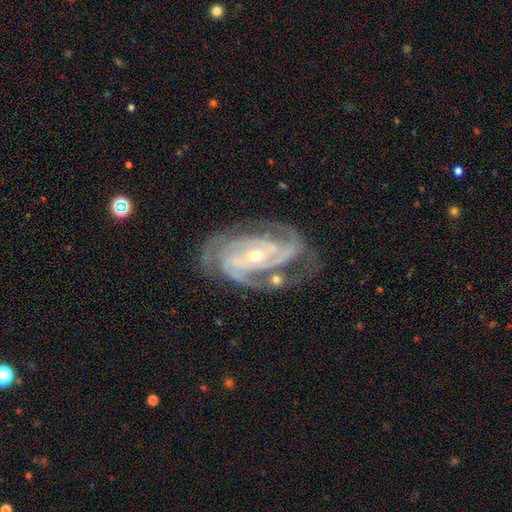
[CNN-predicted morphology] Overall: featured or disk (92%). Edge-on disk: no (97%). Bar: no (46%; weak 31%). Spiral arms: yes (98%). Spiral arm count: 3 (41%; 2 28%). Spiral winding: tight (64%; medium 31%). Bulge size: small (51%; moderate 46%). Merging: none (66%).